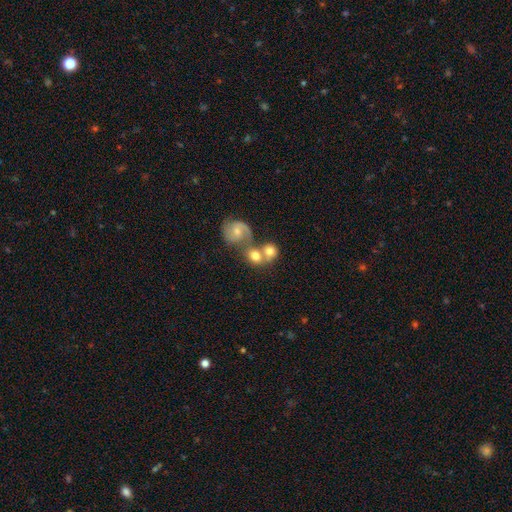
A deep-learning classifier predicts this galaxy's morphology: type=smooth (63%); roundness=round (70%); merging=merger (57%).